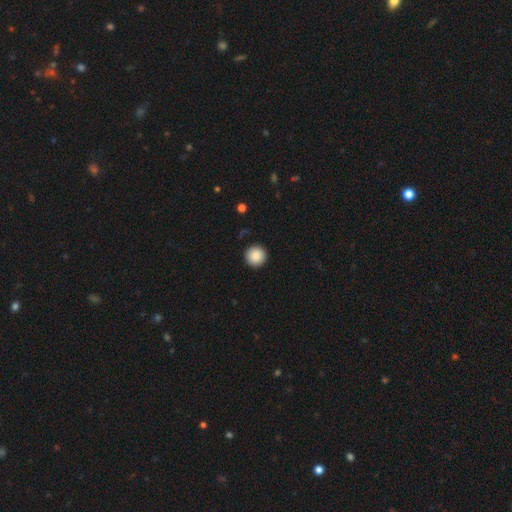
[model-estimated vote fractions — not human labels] Smooth or featured: smooth — 88% (star or artifact — 8%)
How rounded: round — 96% (in between — 3%)
Merging: none — 92% (minor disturbance — 5%)